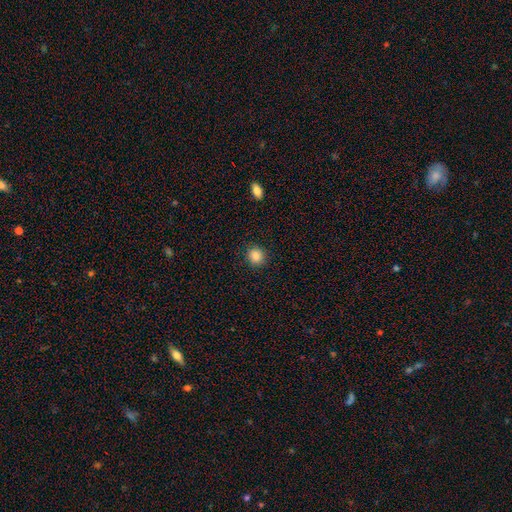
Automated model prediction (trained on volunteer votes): A smooth galaxy with no disk features (86%) that is round (87%).

Vote fractions:
- Smooth or featured? smooth: 86% / star or artifact: 10% / featured or disk: 4%
- How rounded? round: 87% / in between: 12% / cigar-shaped: 1%
- Merging? none: 90% / minor disturbance: 7% / major disturbance: 2% / merger: 1%